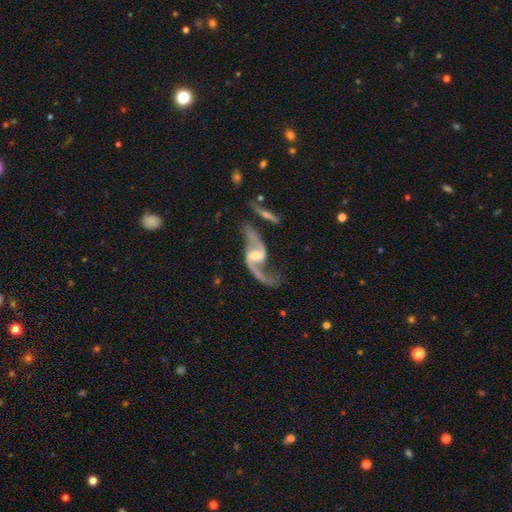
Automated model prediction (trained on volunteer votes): A featured or disk galaxy (92%) with a weak bar (45%), 2 (92%) loose (80%) spiral arms (97%) and a small central bulge (47%). Merging: none (61%).